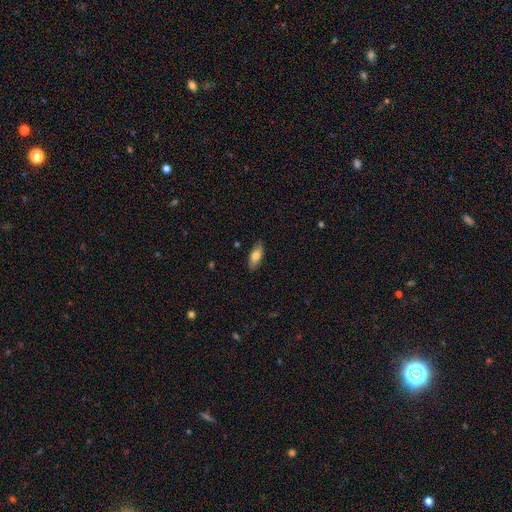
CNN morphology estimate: smooth-or-featured: smooth: 74% | featured or disk: 19% | star or artifact: 6%
  how-rounded: in between: 77% | cigar-shaped: 21% | round: 3%
  merging: none: 86% | minor disturbance: 11% | major disturbance: 2% | merger: 1%